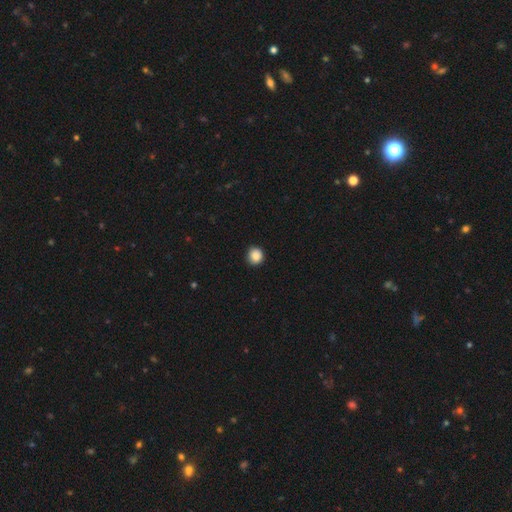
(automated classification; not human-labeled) smooth-or-featured: smooth: 87% | star or artifact: 9% | featured or disk: 3%
  how-rounded: round: 89% | in between: 10% | cigar-shaped: 1%
  merging: none: 89% | minor disturbance: 8% | major disturbance: 2% | merger: 1%